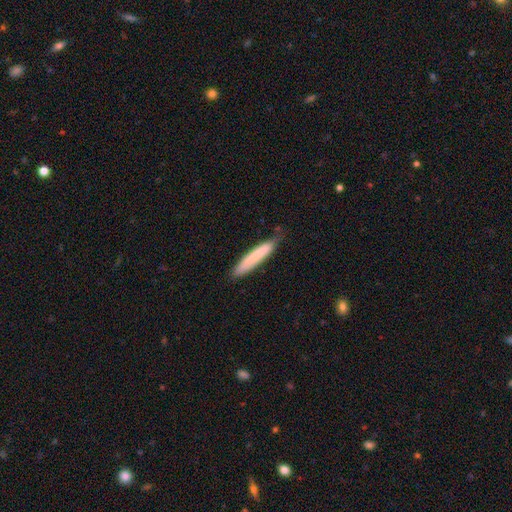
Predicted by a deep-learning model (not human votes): smooth-or-featured: smooth: 76% | featured or disk: 18% | star or artifact: 6%
  how-rounded: cigar-shaped: 91% | in between: 8% | round: 1%
  merging: none: 74% | minor disturbance: 21% | major disturbance: 3% | merger: 2%